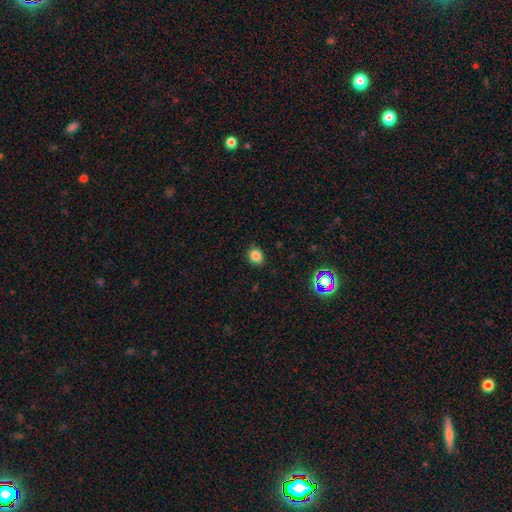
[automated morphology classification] smooth 82%, star or artifact 13%, featured or disk 5%. Down the decision tree: how rounded — round (66%); merging — none (88%).